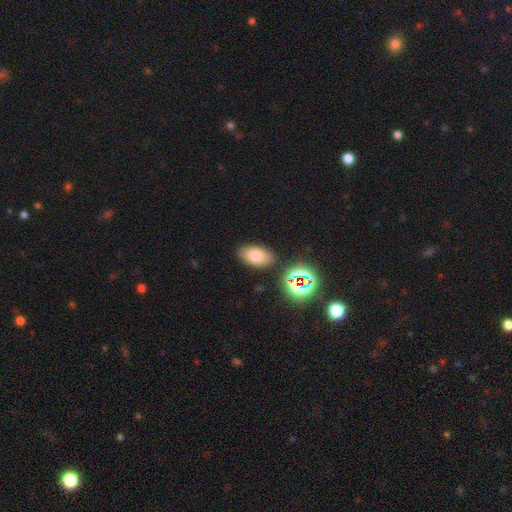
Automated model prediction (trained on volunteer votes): This is likely a smooth galaxy (75%). How rounded: clearly in between (92%). Merging: clearly none (83%).